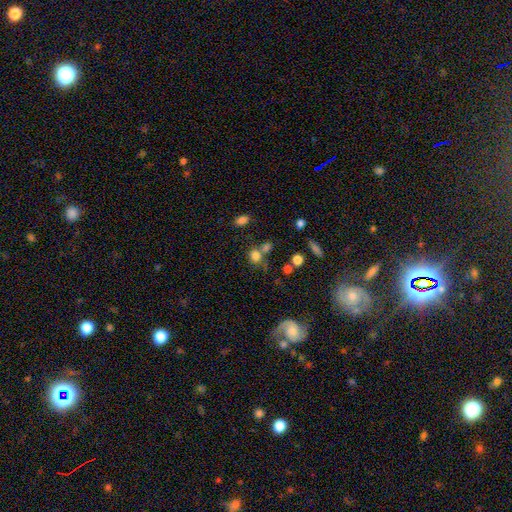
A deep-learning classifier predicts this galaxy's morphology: Smooth or featured?
  - smooth: 77% *
  - star or artifact: 14%
  - featured or disk: 10%
How rounded?
  - round: 70% *
  - in between: 28%
  - cigar-shaped: 1%
Merging?
  - none: 47% *
  - merger: 34%
  - minor disturbance: 12%
  - major disturbance: 7%